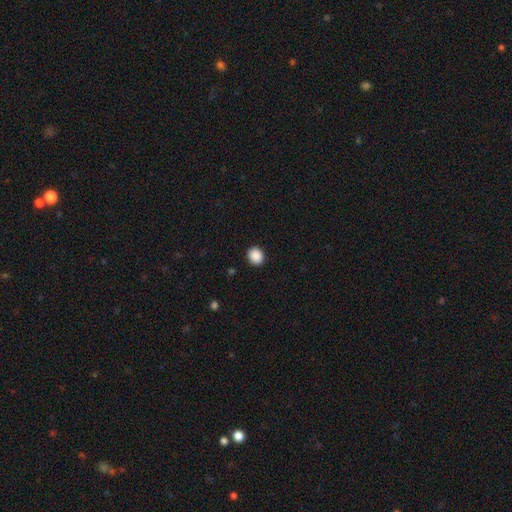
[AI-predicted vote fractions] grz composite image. It shows a smooth galaxy with no disk features (89%) that is round (71%). Merging: none (91%).